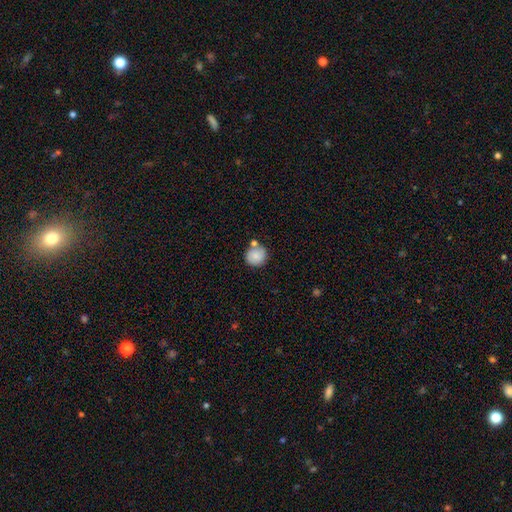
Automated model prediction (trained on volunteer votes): Morphology: type=smooth (83%); roundness=round (89%); merging=none (66%).